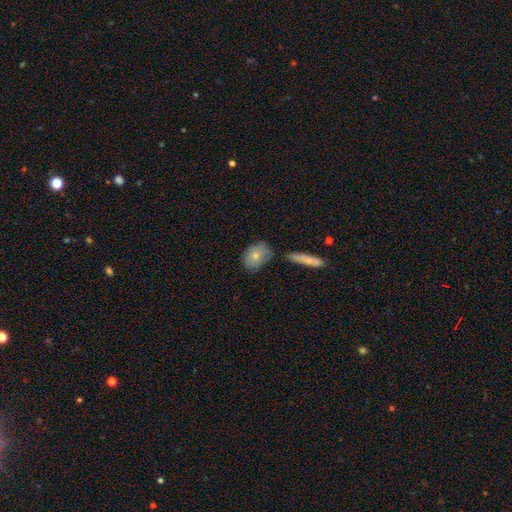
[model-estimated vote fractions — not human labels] smooth 74%, featured or disk 20%, star or artifact 7%. Down the decision tree: how rounded — in between (68%); merging — none (62%).